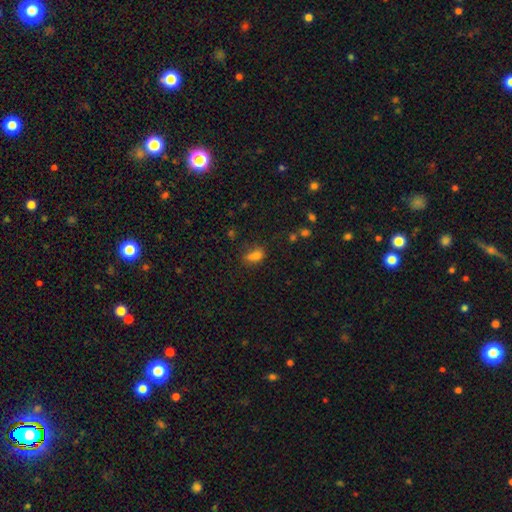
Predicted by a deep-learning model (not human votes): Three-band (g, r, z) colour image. It shows a smooth galaxy with no disk features (73%) that is in between round and cigar-shaped (70%). Merging: none (46%).